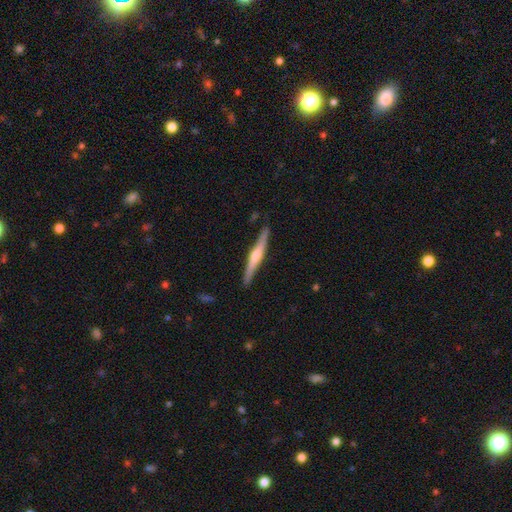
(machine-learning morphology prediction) Smooth or featured?
  - featured or disk: 72% *
  - smooth: 23%
  - star or artifact: 5%
Edge-on disk?
  - yes: 97% *
  - no: 3%
Edge-on bulge?
  - rounded: 78% *
  - boxy: 13%
  - none: 9%
Merging?
  - none: 87% *
  - minor disturbance: 10%
  - major disturbance: 2%
  - merger: 1%